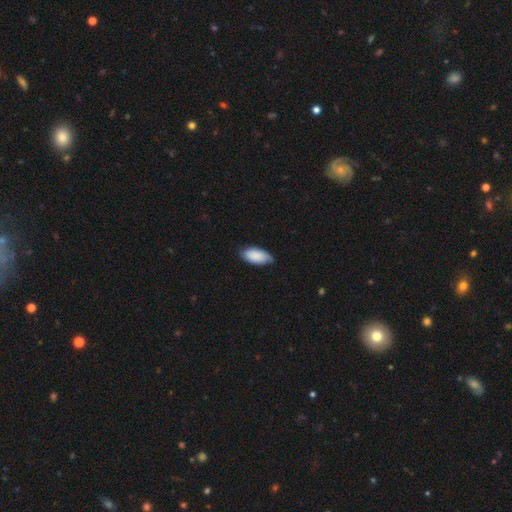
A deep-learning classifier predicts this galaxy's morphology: smooth_or_featured: smooth (p=0.85) [alt: featured or disk p=0.09]
how_rounded: in between (p=0.93) [alt: cigar-shaped p=0.05]
merging: none (p=0.67) [alt: minor disturbance p=0.28]